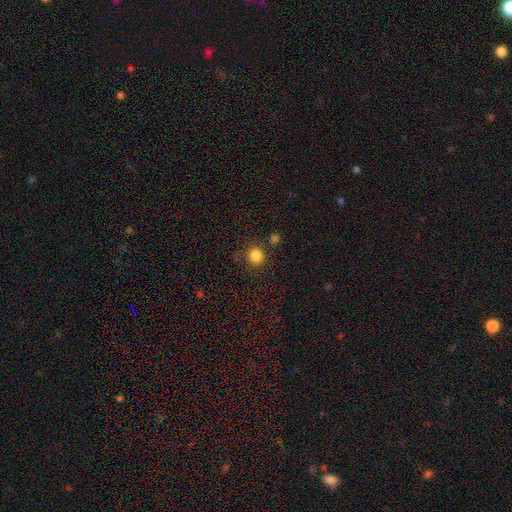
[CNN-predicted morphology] smooth-or-featured: smooth: 83% | star or artifact: 12% | featured or disk: 5%
  how-rounded: round: 91% | in between: 8% | cigar-shaped: 1%
  merging: none: 80% | minor disturbance: 10% | merger: 6% | major disturbance: 4%